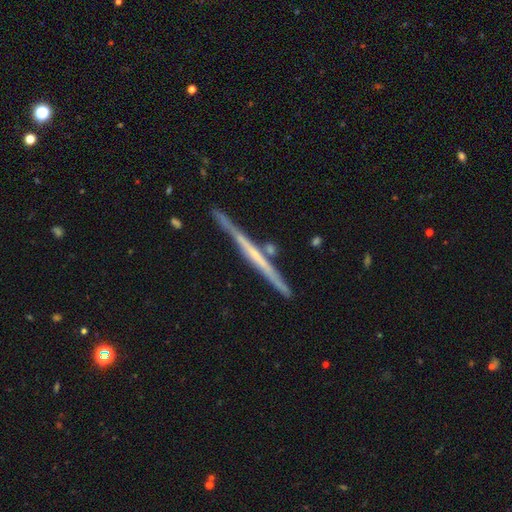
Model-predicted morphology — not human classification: Smooth or featured? featured or disk (70%)
Edge-on disk? yes (97%)
Edge-on bulge? none (73%)
Merging? none (82%)